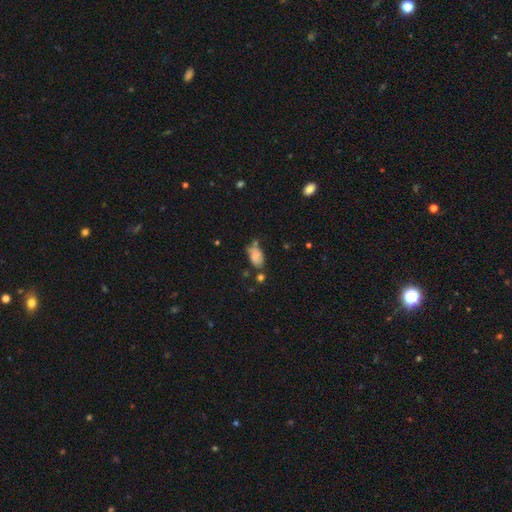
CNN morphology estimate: A smooth galaxy with no disk features (68%) that is in between round and cigar-shaped (89%). Merging: none (46%).